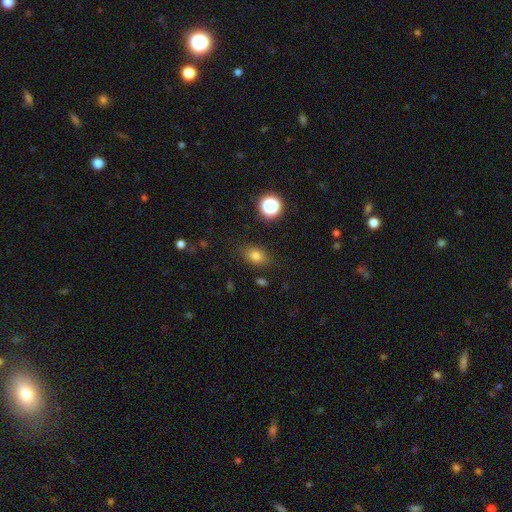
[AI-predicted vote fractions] Smooth or featured: smooth — 77% (star or artifact — 14%)
How rounded: in between — 72% (round — 26%)
Merging: none — 82% (minor disturbance — 12%)